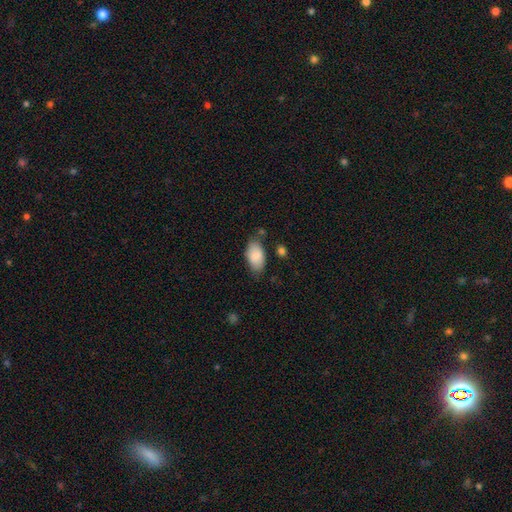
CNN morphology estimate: The model was most divided on "merging": none: 68%, minor disturbance: 22%, major disturbance: 5%, merger: 4%. More confident: how rounded — in between (94%); smooth or featured — smooth (84%).